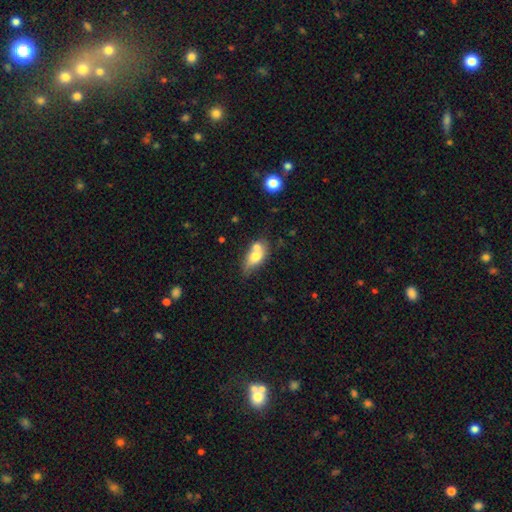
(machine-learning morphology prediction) A smooth galaxy with no disk features (67%) that is in between round and cigar-shaped (79%).

Vote fractions:
- Smooth or featured? smooth: 67% / featured or disk: 25% / star or artifact: 8%
- How rounded? in between: 79% / round: 12% / cigar-shaped: 9%
- Merging? merger: 41% / none: 35% / minor disturbance: 17% / major disturbance: 7%